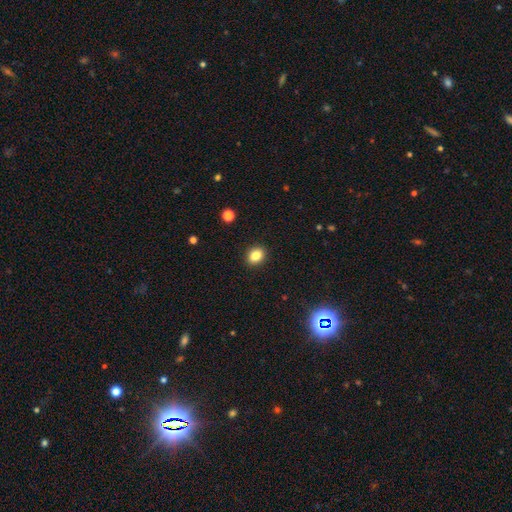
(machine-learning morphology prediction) smooth_or_featured: smooth (p=0.85) [alt: star or artifact p=0.10]
how_rounded: in between (p=0.51) [alt: round p=0.48]
merging: none (p=0.91) [alt: minor disturbance p=0.06]